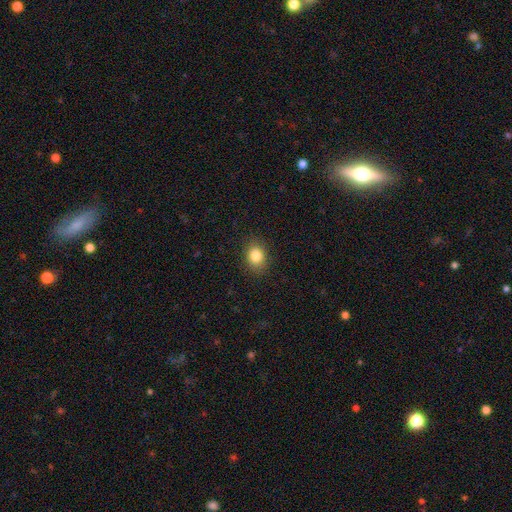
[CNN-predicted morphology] Overall: smooth (84%). How rounded: in between (52%; round 47%). Merging: none (87%).